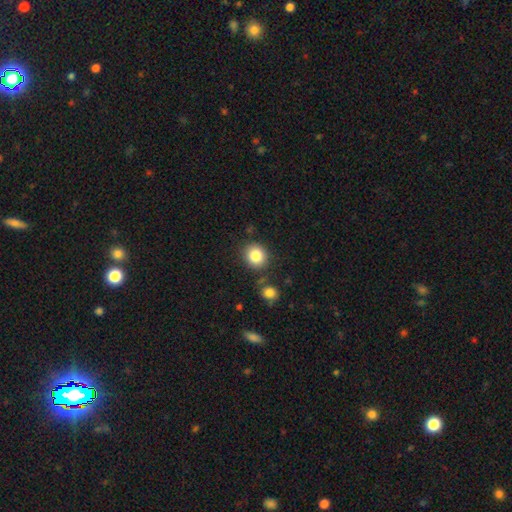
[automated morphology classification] smooth_or_featured: smooth (p=0.84) [alt: star or artifact p=0.10]
how_rounded: round (p=0.84) [alt: in between p=0.15]
merging: none (p=0.83) [alt: minor disturbance p=0.09]